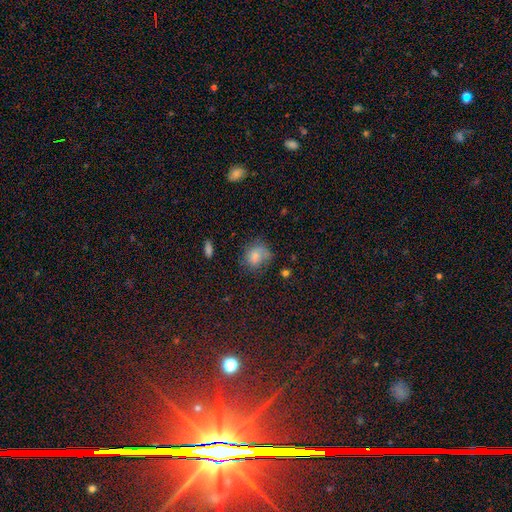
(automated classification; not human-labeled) Smooth or featured: smooth — 75% (featured or disk — 14%)
How rounded: round — 62% (in between — 37%)
Merging: none — 55% (minor disturbance — 27%)